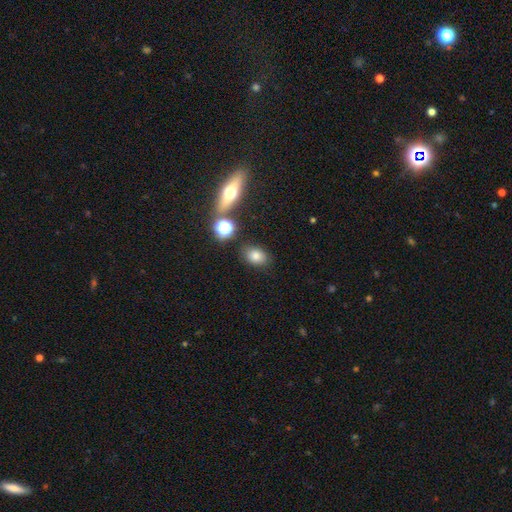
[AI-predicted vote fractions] Morphology: type=smooth (78%); roundness=in between (75%); merging=none (80%).